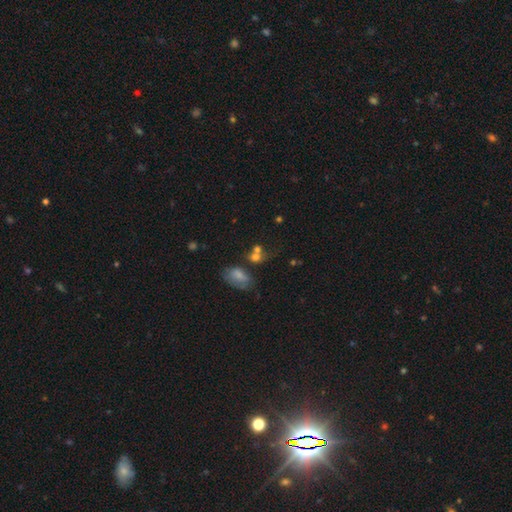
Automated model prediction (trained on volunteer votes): smooth-or-featured: smooth: 50% | star or artifact: 27% | featured or disk: 23%
  how-rounded: in between: 60% | round: 36% | cigar-shaped: 4%
  merging: none: 46% | merger: 24% | minor disturbance: 18% | major disturbance: 12%